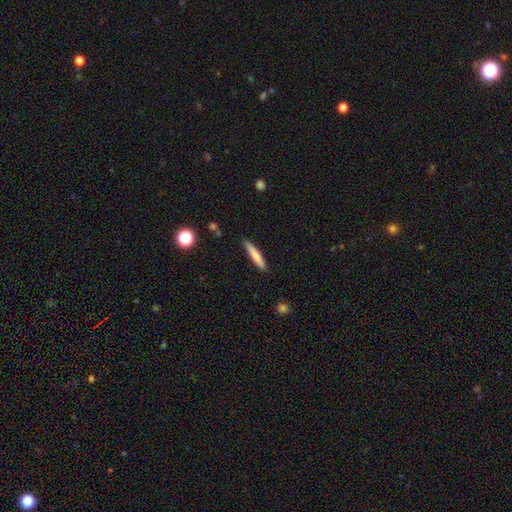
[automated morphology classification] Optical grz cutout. It shows a smooth galaxy with no disk features (74%) that is cigar-shaped (92%). Merging: none (88%).